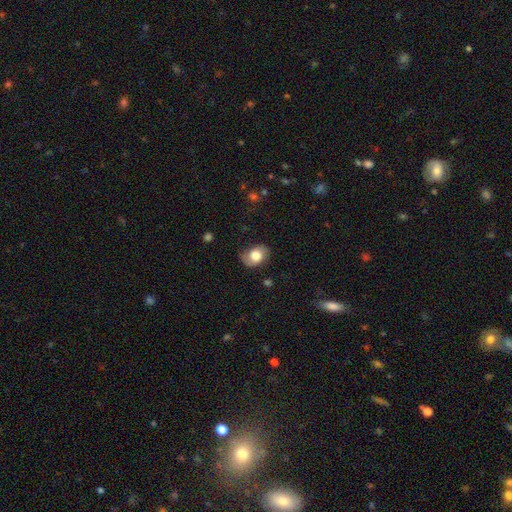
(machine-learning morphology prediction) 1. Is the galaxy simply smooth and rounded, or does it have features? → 69% smooth, 24% featured or disk, 8% star or artifact.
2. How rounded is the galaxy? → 74% in between, 25% round, 1% cigar-shaped.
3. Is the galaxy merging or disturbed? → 75% none, 19% minor disturbance, 5% major disturbance, 1% merger.